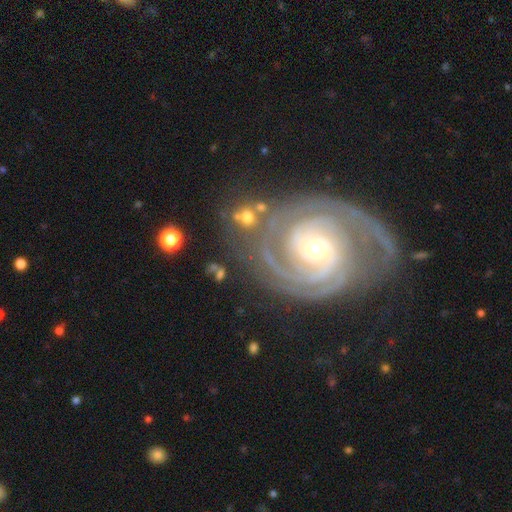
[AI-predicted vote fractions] Q: Smooth or featured?
A: featured or disk (91%); runner-up: star or artifact (5%)
Q: Edge-on disk?
A: no (97%); runner-up: yes (3%)
Q: Bar?
A: no (58%); runner-up: weak (28%)
Q: Spiral arms?
A: yes (98%); runner-up: no (2%)
Q: Spiral winding?
A: tight (71%); runner-up: medium (25%)
Q: Spiral arm count?
A: 2 (56%); runner-up: 3 (18%)
Q: Bulge size?
A: small (58%); runner-up: moderate (37%)
Q: Merging?
A: none (65%); runner-up: minor disturbance (19%)